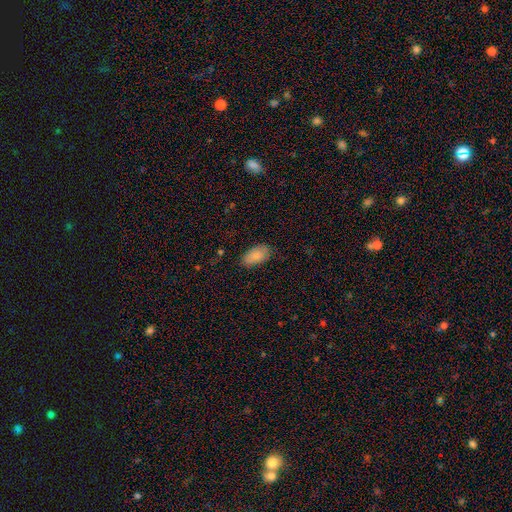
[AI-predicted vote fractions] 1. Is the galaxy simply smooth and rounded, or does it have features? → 87% smooth, 7% featured or disk, 7% star or artifact.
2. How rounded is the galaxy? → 94% in between, 3% cigar-shaped, 3% round.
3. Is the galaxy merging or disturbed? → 79% none, 16% minor disturbance, 4% major disturbance, 1% merger.